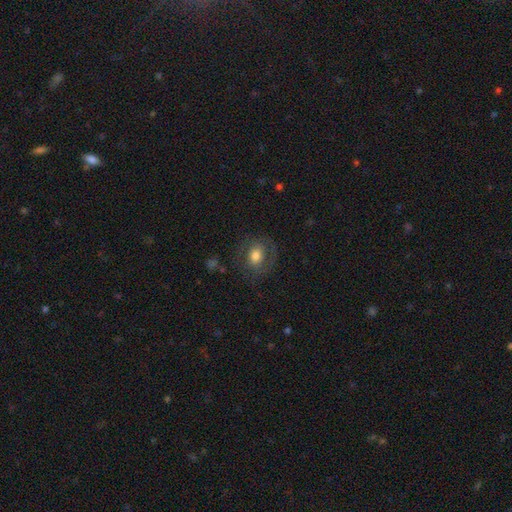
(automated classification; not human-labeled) Morphology: type=smooth (61%); roundness=round (55%); merging=none (70%).